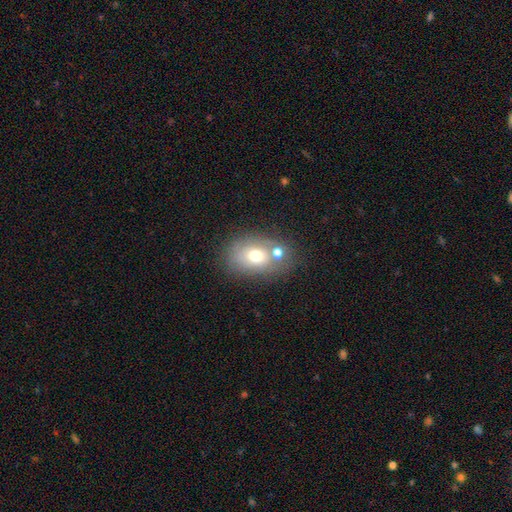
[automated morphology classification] smooth 60%, featured or disk 28%, star or artifact 11%. Down the decision tree: how rounded — in between (73%); merging — none (51%).